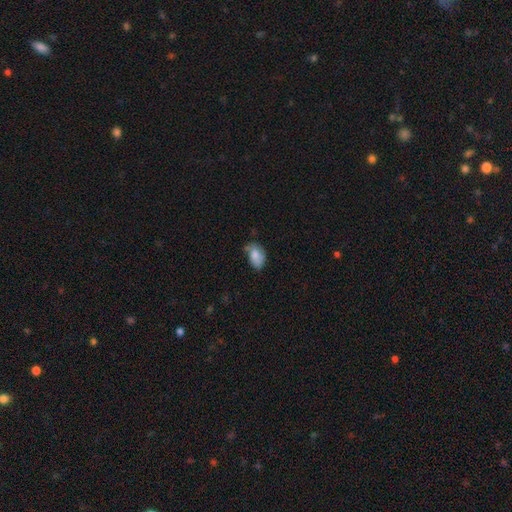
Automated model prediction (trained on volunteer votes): smooth 71%, featured or disk 21%, star or artifact 8%. Down the decision tree: how rounded — in between (87%); merging — none (42%).